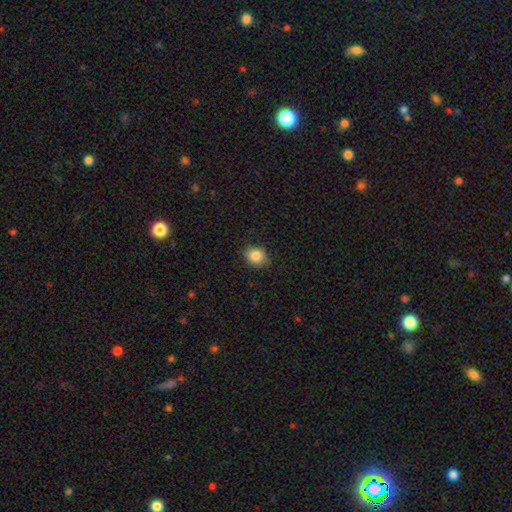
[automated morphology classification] smooth-or-featured: smooth: 85% | star or artifact: 9% | featured or disk: 6%
  how-rounded: round: 56% | in between: 43% | cigar-shaped: 1%
  merging: none: 83% | minor disturbance: 13% | major disturbance: 3% | merger: 1%